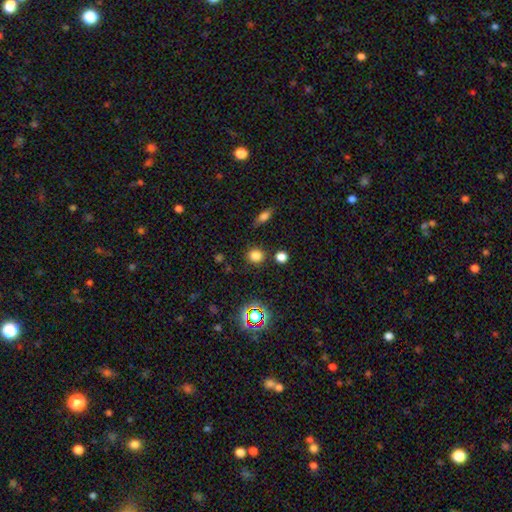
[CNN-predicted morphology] smooth 78%, star or artifact 17%, featured or disk 5%. Down the decision tree: how rounded — round (85%); merging — none (84%).